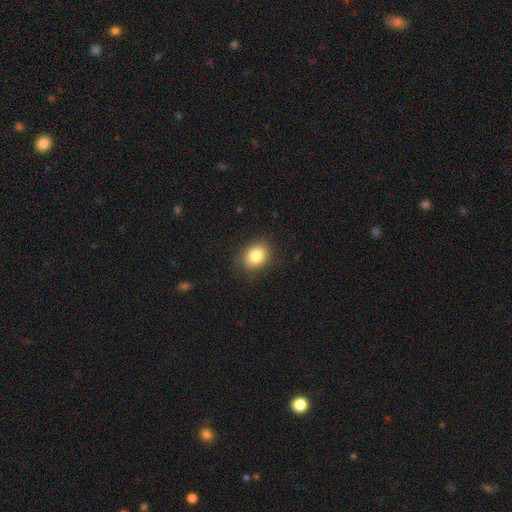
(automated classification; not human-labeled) A smooth galaxy with no disk features (84%) that is in between round and cigar-shaped (51%).

Vote fractions:
- Smooth or featured? smooth: 84% / star or artifact: 10% / featured or disk: 7%
- How rounded? in between: 51% / round: 48% / cigar-shaped: 1%
- Merging? none: 85% / minor disturbance: 11% / major disturbance: 3% / merger: 1%